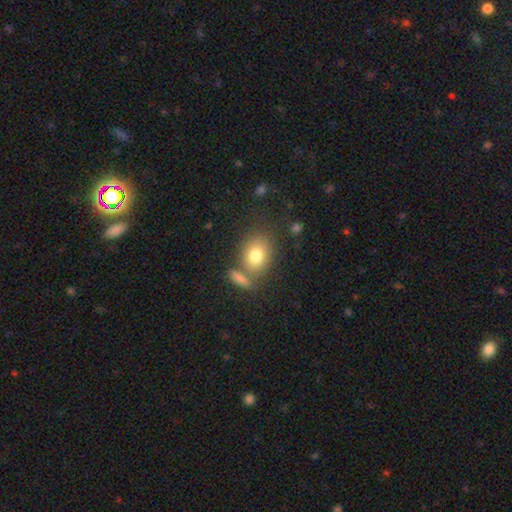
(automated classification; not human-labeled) Overall: smooth (79%). How rounded: in between (57%; round 41%). Merging: none (62%; merger 22%).